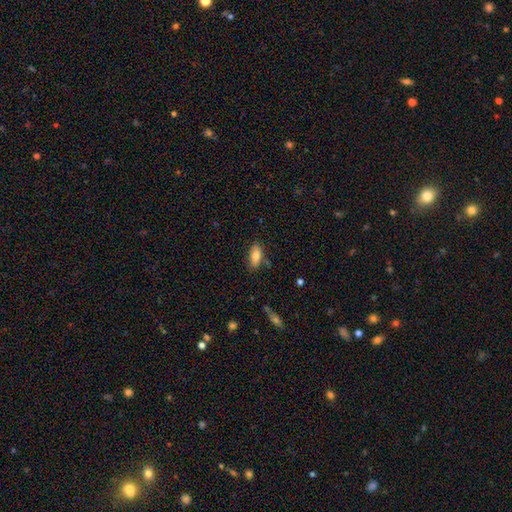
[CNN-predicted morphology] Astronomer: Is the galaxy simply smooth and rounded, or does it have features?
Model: smooth — 80%.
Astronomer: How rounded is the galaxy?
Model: in between — 84%.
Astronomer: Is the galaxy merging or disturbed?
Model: none — 78%.